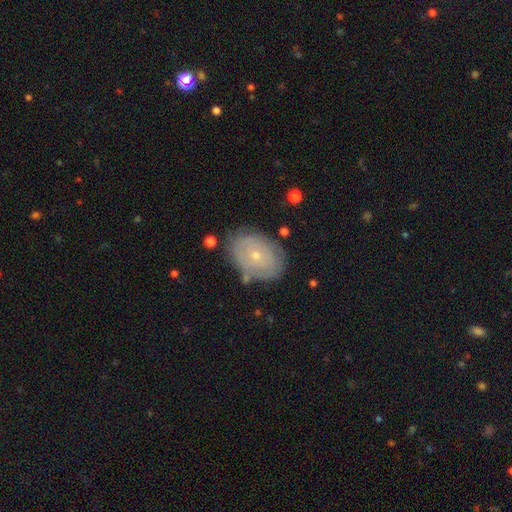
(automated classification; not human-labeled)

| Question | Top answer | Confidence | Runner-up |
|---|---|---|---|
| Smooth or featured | featured or disk | 51% | smooth (41%) |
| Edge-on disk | no | 94% | yes (6%) |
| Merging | none | 74% | minor disturbance (18%) |